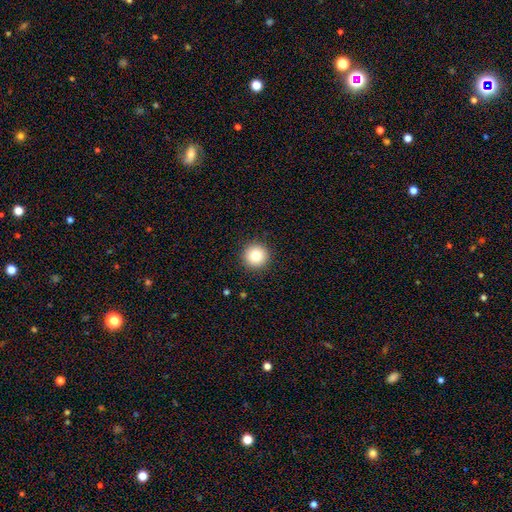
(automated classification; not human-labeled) Smooth or featured? Predicted: smooth (p=0.84). How rounded? Predicted: round (p=0.96). Merging? Predicted: none (p=0.92).